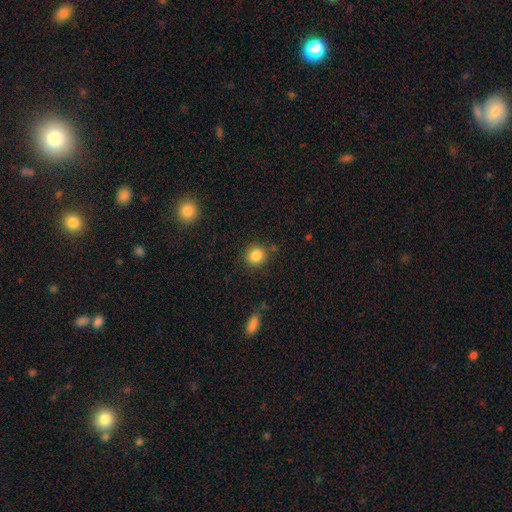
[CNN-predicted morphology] This is clearly a smooth galaxy (85%). How rounded: clearly round (85%). Merging: clearly none (83%).